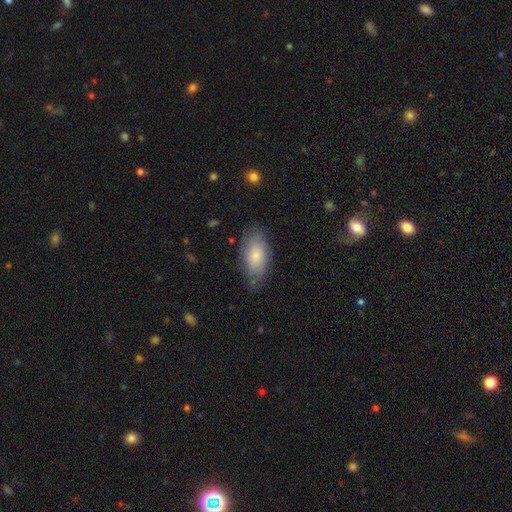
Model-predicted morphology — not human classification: Smooth or featured? smooth (76%)
How rounded? in between (93%)
Merging? none (69%)